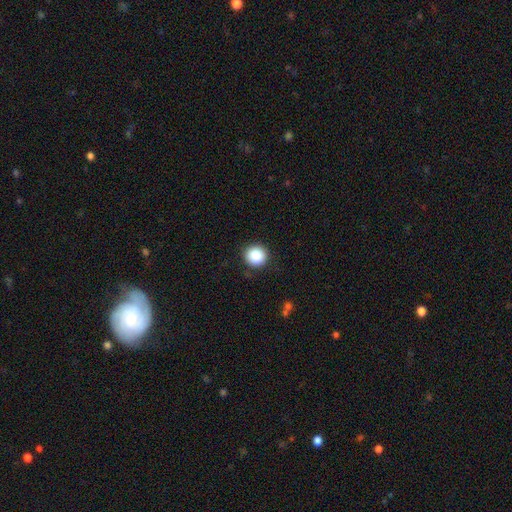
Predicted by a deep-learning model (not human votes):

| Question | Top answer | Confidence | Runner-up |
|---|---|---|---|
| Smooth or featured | smooth | 86% | star or artifact (9%) |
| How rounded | round | 91% | in between (8%) |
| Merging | none | 88% | minor disturbance (9%) |